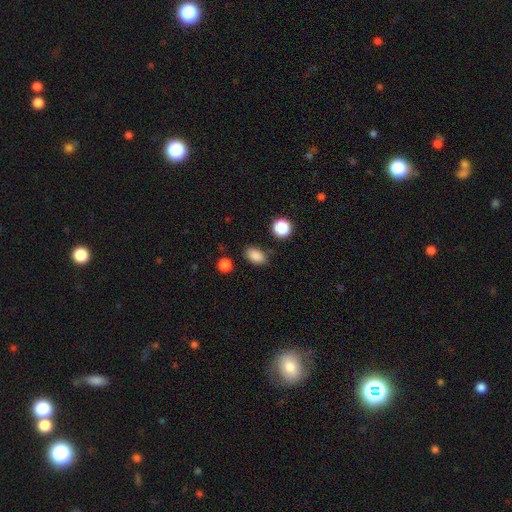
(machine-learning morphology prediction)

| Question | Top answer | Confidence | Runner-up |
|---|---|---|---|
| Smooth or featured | smooth | 87% | star or artifact (10%) |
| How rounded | in between | 86% | round (13%) |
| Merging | none | 82% | minor disturbance (12%) |